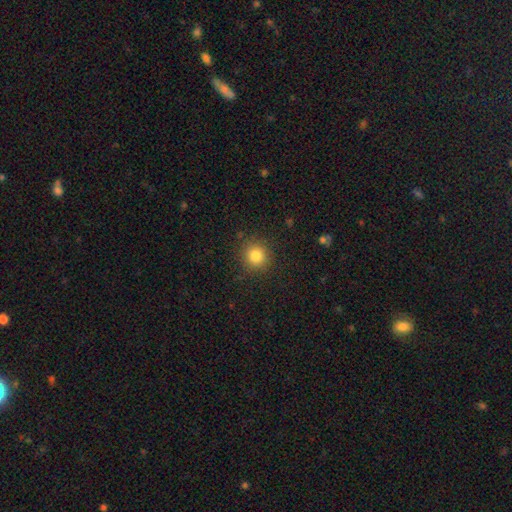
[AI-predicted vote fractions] Smooth or featured? Predicted: smooth (p=0.82). How rounded? Predicted: round (p=0.92). Merging? Predicted: none (p=0.89).